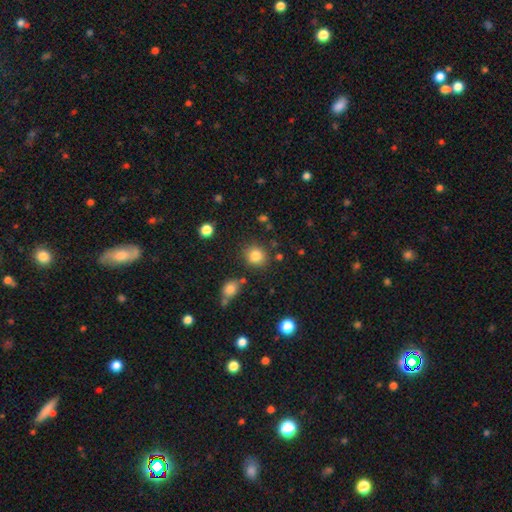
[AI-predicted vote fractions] Overall: smooth (82%). How rounded: round (85%). Merging: none (83%).